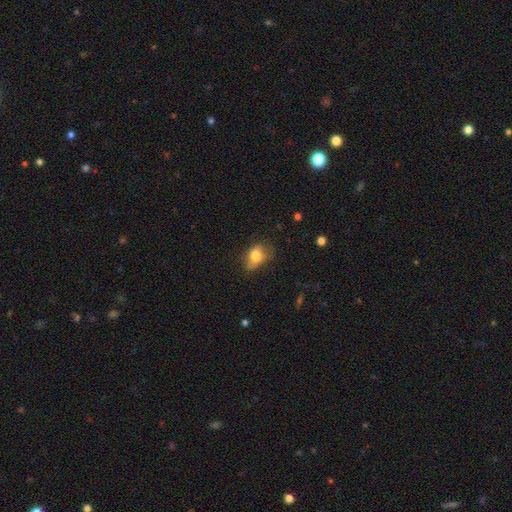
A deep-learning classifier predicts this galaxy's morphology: Smooth or featured? smooth (77%)
How rounded? in between (79%)
Merging? none (53%)